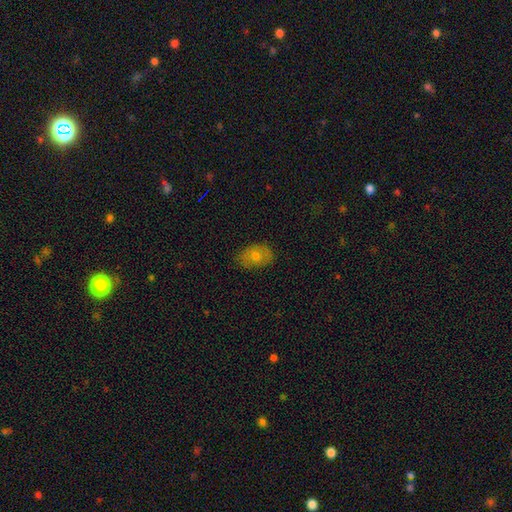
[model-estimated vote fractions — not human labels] Smooth or featured? smooth (65%)
How rounded? in between (77%)
Merging? none (79%)